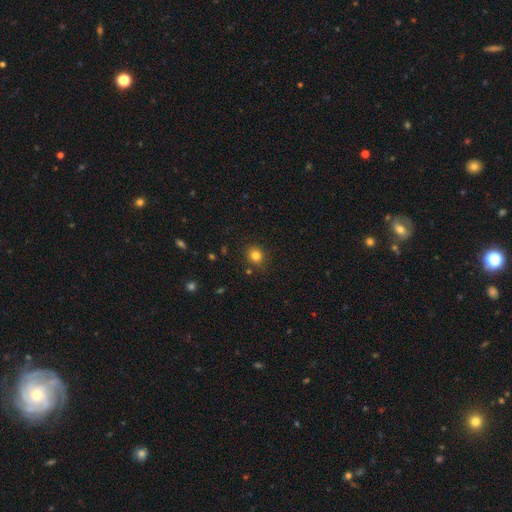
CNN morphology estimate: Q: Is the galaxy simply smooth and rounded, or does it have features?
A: smooth — 81%.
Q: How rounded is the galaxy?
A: round — 79%.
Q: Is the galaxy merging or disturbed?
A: none — 85%.